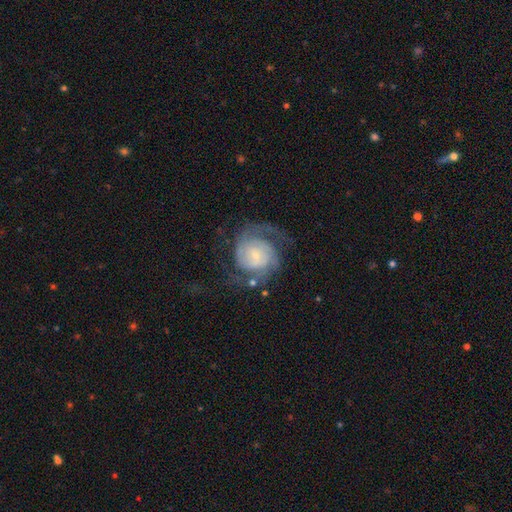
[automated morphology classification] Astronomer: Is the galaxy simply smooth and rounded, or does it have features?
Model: featured or disk — 85%.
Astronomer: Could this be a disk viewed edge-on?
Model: no — 98%.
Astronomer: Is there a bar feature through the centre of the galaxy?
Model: no — 59%.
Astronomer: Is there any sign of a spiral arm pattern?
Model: yes — 96%.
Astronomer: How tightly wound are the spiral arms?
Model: tight — 44% (runner-up: medium, 41%).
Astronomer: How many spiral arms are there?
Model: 2 — 69%.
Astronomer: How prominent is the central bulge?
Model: small — 68%.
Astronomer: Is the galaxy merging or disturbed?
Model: none — 63%.